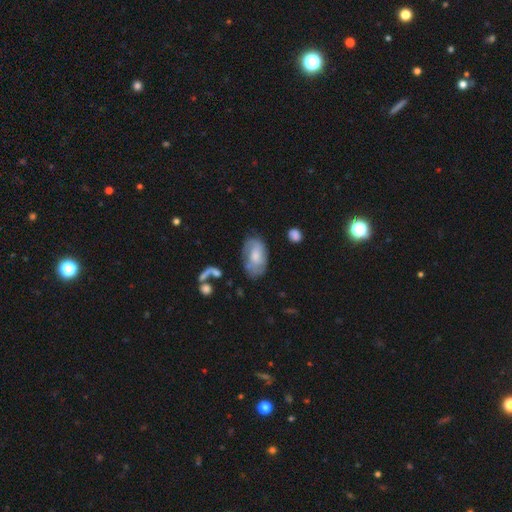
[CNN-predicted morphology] Overall: featured or disk (49%; smooth 44%). Merging: none (60%; minor disturbance 24%).